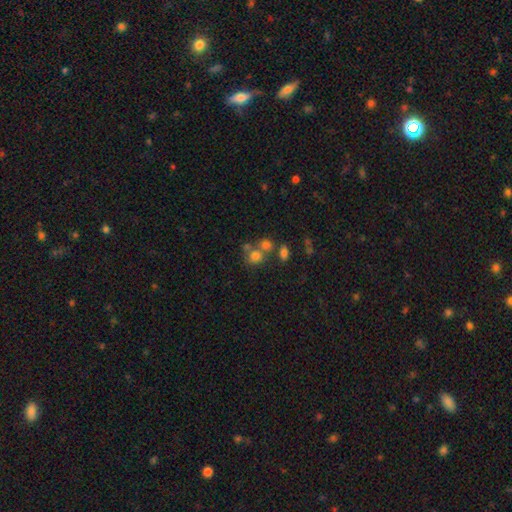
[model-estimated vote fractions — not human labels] A smooth galaxy with no disk features (70%) that is round (73%).

Vote fractions:
- Smooth or featured? smooth: 70% / star or artifact: 16% / featured or disk: 13%
- How rounded? round: 73% / in between: 26% / cigar-shaped: 1%
- Merging? none: 48% / merger: 37% / minor disturbance: 10% / major disturbance: 5%